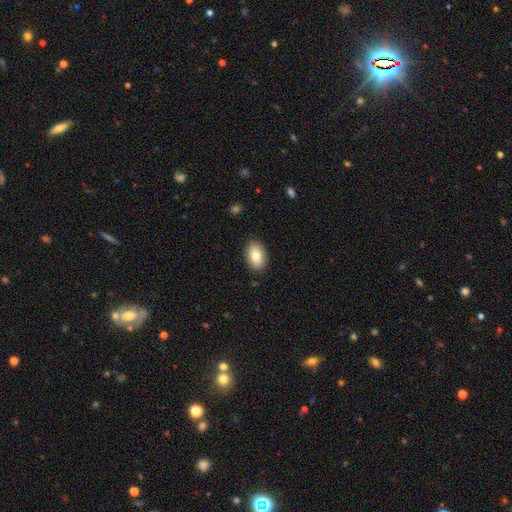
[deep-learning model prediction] Smooth or featured?
  - smooth: 81% *
  - featured or disk: 12%
  - star or artifact: 7%
How rounded?
  - in between: 90% *
  - round: 9%
  - cigar-shaped: 1%
Merging?
  - none: 89% *
  - minor disturbance: 8%
  - major disturbance: 2%
  - merger: 1%